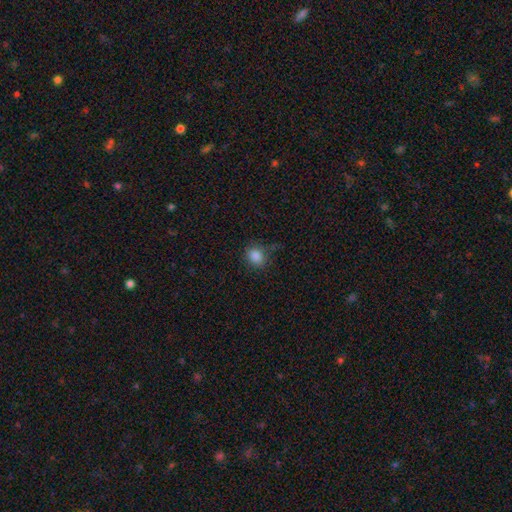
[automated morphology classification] smooth_or_featured: smooth (p=0.84) [alt: star or artifact p=0.11]
how_rounded: round (p=0.59) [alt: in between p=0.40]
merging: none (p=0.74) [alt: minor disturbance p=0.18]